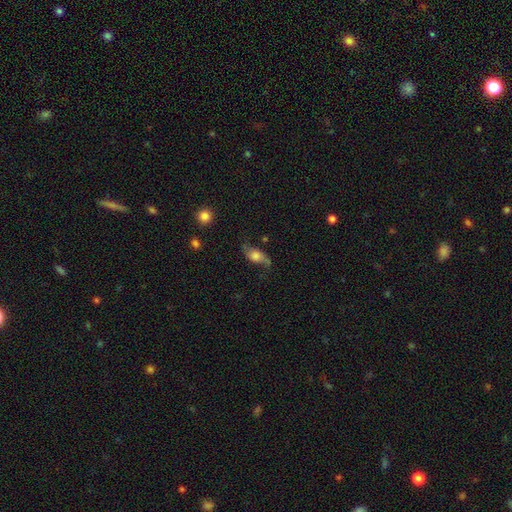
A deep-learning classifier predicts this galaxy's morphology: Smooth or featured?
  - featured or disk: 57% *
  - smooth: 34%
  - star or artifact: 9%
Edge-on disk?
  - no: 83% *
  - yes: 17%
Merging?
  - none: 61% *
  - minor disturbance: 23%
  - major disturbance: 13%
  - merger: 3%